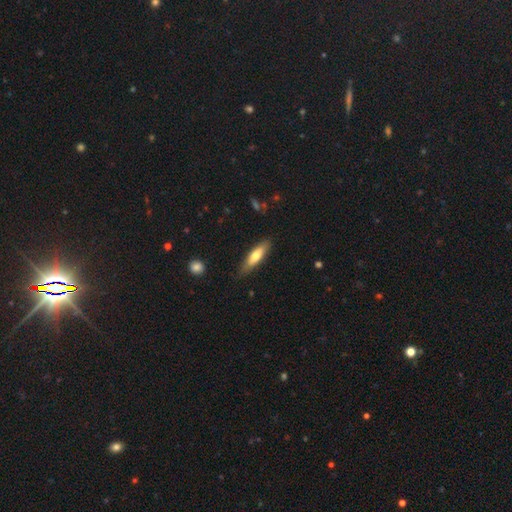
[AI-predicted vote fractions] Q: Smooth or featured?
A: smooth (63%); runner-up: featured or disk (31%)
Q: How rounded?
A: cigar-shaped (64%); runner-up: in between (34%)
Q: Merging?
A: none (79%); runner-up: minor disturbance (16%)